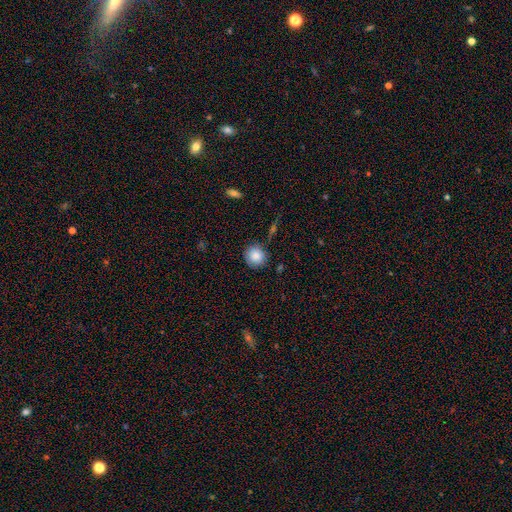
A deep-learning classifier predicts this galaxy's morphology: Q: Smooth or featured?
A: smooth (86%); runner-up: star or artifact (8%)
Q: How rounded?
A: round (92%); runner-up: in between (7%)
Q: Merging?
A: none (87%); runner-up: minor disturbance (9%)